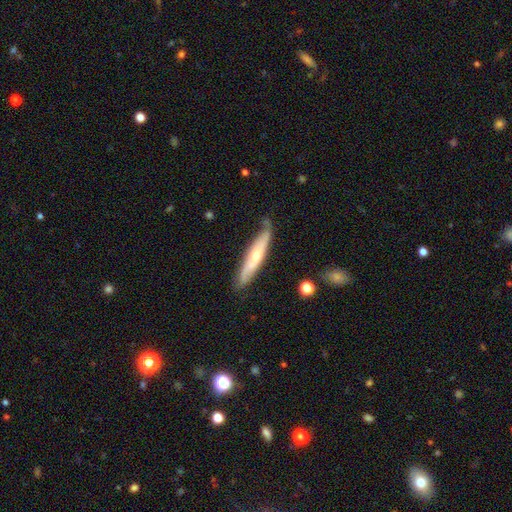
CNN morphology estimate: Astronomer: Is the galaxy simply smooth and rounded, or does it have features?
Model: featured or disk — 52% (runner-up: smooth, 42%).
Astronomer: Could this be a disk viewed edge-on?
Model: yes — 70%.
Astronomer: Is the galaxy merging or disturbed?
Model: none — 73%.